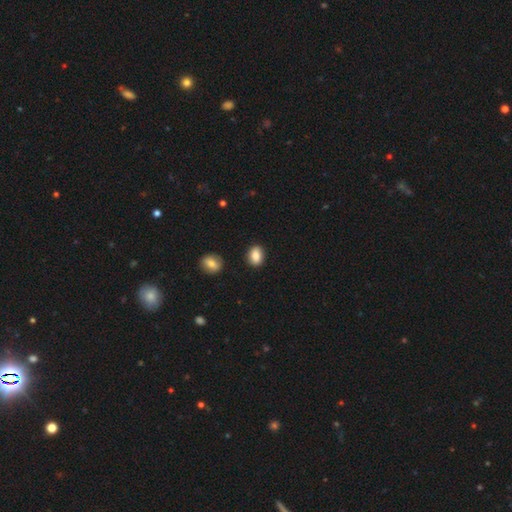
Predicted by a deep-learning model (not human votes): A smooth galaxy with no disk features (86%) that is in between round and cigar-shaped (67%).

Vote fractions:
- Smooth or featured? smooth: 86% / star or artifact: 8% / featured or disk: 6%
- How rounded? in between: 67% / round: 32% / cigar-shaped: 1%
- Merging? none: 87% / minor disturbance: 9% / merger: 2% / major disturbance: 2%